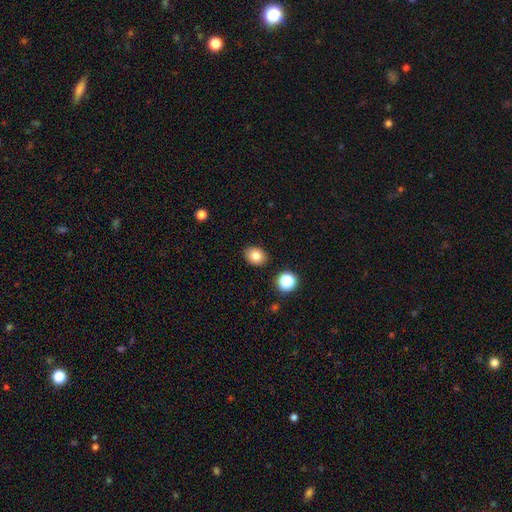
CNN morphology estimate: A smooth galaxy with no disk features (81%) that is in between round and cigar-shaped (52%).

Vote fractions:
- Smooth or featured? smooth: 81% / star or artifact: 11% / featured or disk: 8%
- How rounded? in between: 52% / round: 47% / cigar-shaped: 1%
- Merging? none: 88% / minor disturbance: 8% / merger: 2% / major disturbance: 2%